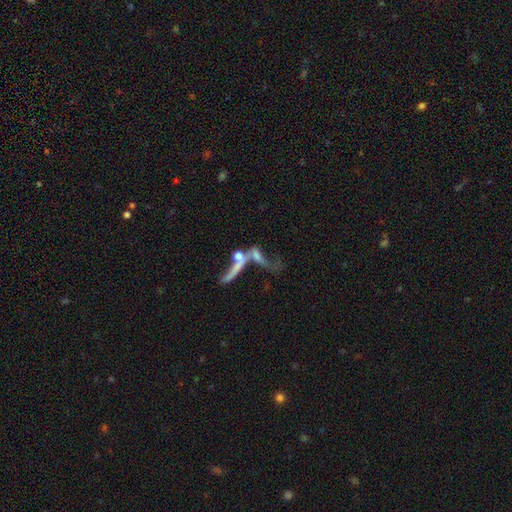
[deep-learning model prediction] Q: Smooth or featured?
A: featured or disk (51%); runner-up: smooth (34%)
Q: Edge-on disk?
A: no (68%); runner-up: yes (32%)
Q: Merging?
A: merger (52%); runner-up: major disturbance (23%)